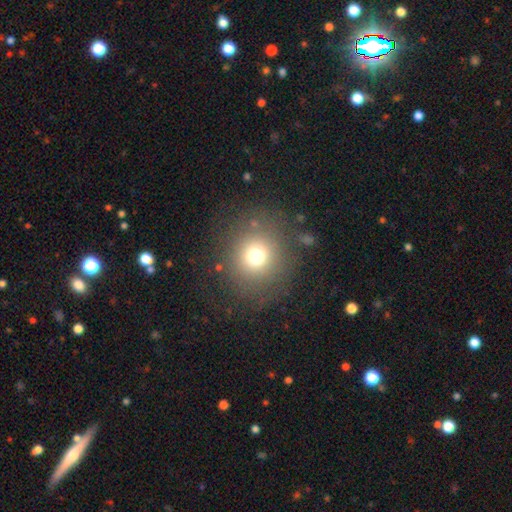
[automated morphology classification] Overall: smooth (72%). How rounded: round (91%). Merging: none (83%).